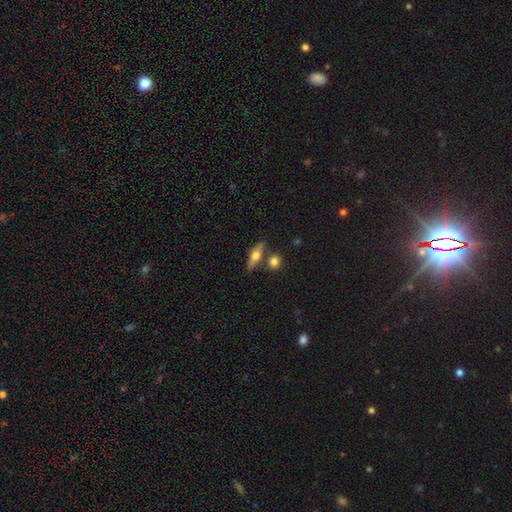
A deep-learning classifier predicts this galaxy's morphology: featured or disk 51%, smooth 42%, star or artifact 7%. Down the decision tree: edge-on disk — yes (90%); merging — none (73%).